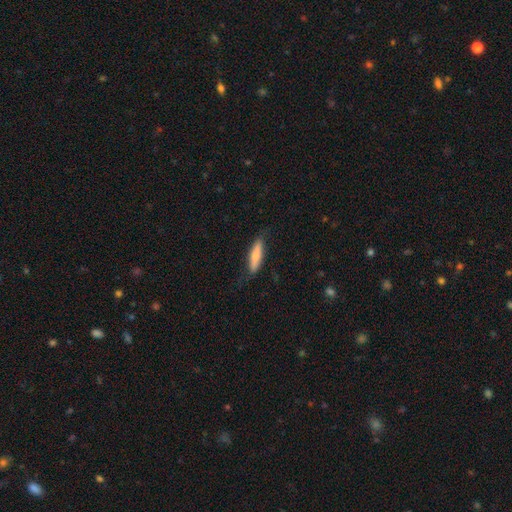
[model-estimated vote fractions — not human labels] smooth 67%, featured or disk 27%, star or artifact 5%. Down the decision tree: how rounded — cigar-shaped (68%); merging — none (79%).